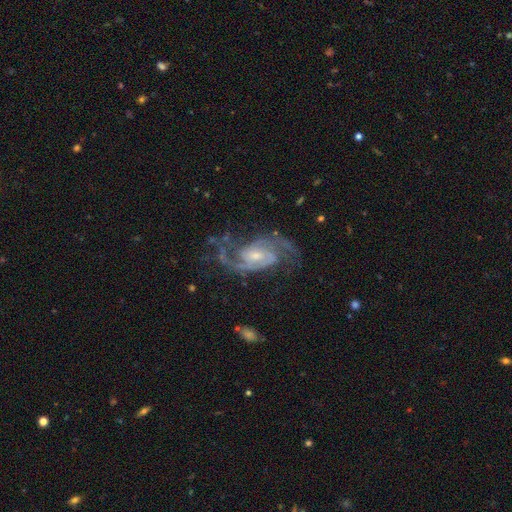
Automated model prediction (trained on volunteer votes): This is clearly a featured or disk galaxy (92%). It is clearly not viewed edge-on (97%). Bar: possibly weak (47%). Spiral arm pattern: clearly yes (98%). Spiral arm count: clearly 2 (83%). Spiral winding: possibly medium (56%). Central bulge: possibly small (51%). Merging: likely none (70%).